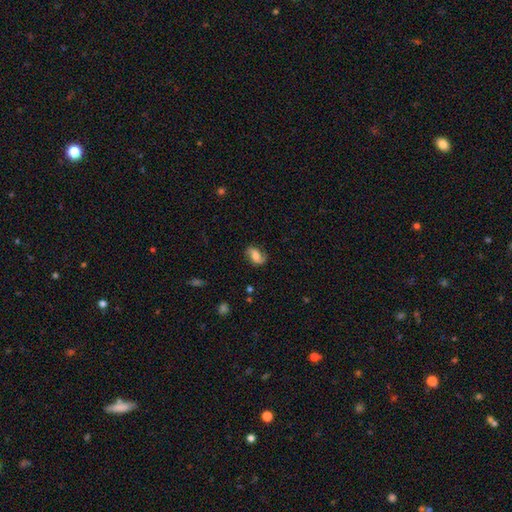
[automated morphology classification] Q: Smooth or featured?
A: smooth (49%); runner-up: featured or disk (42%)
Q: Merging?
A: none (71%); runner-up: minor disturbance (21%)